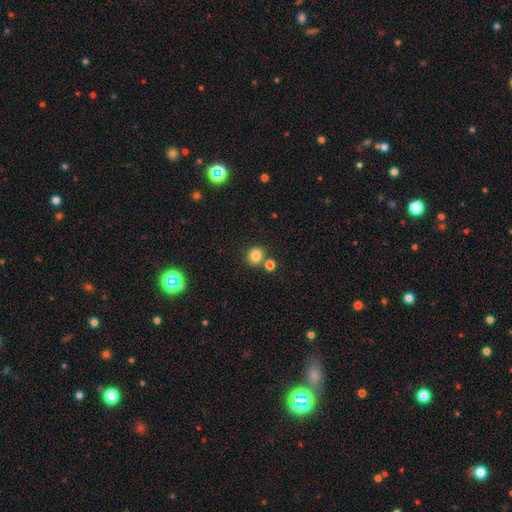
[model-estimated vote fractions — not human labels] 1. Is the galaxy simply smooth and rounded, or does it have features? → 82% smooth, 12% star or artifact, 6% featured or disk.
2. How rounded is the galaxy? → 84% round, 15% in between, 1% cigar-shaped.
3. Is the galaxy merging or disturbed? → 71% none, 18% merger, 8% minor disturbance, 3% major disturbance.